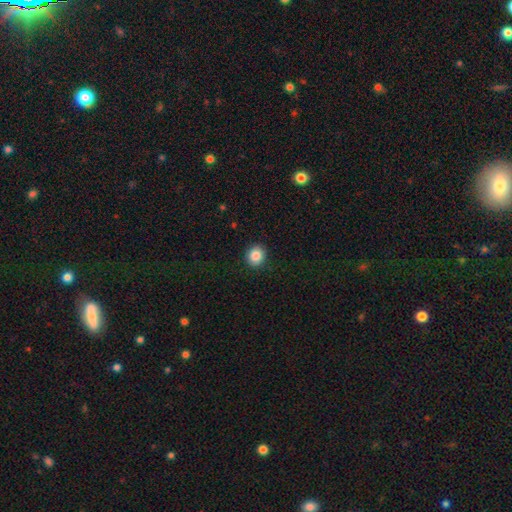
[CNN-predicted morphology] smooth 86%, star or artifact 9%, featured or disk 4%. Down the decision tree: how rounded — round (80%); merging — none (91%).